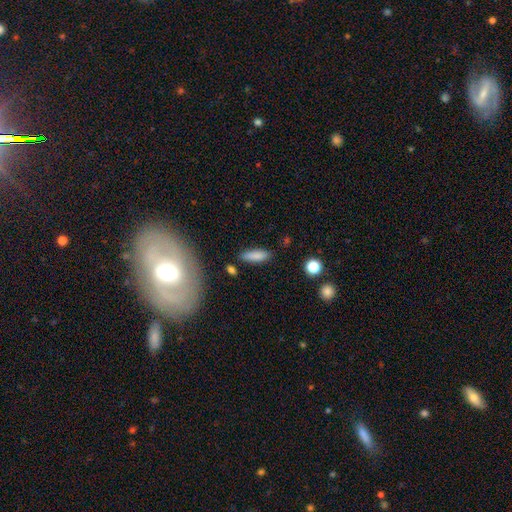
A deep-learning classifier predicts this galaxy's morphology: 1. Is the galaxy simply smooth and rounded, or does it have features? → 84% smooth, 8% featured or disk, 7% star or artifact.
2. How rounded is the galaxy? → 50% cigar-shaped, 48% in between, 2% round.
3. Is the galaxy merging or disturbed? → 83% none, 11% minor disturbance, 3% merger, 3% major disturbance.